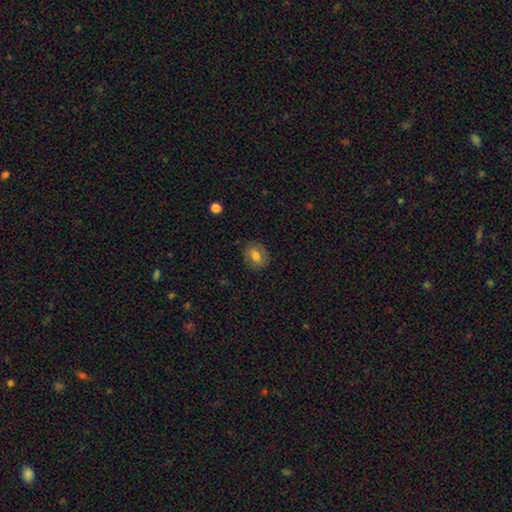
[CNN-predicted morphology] Smooth or featured: smooth — 71% (featured or disk — 20%)
How rounded: round — 53% (in between — 45%)
Merging: none — 84% (minor disturbance — 12%)